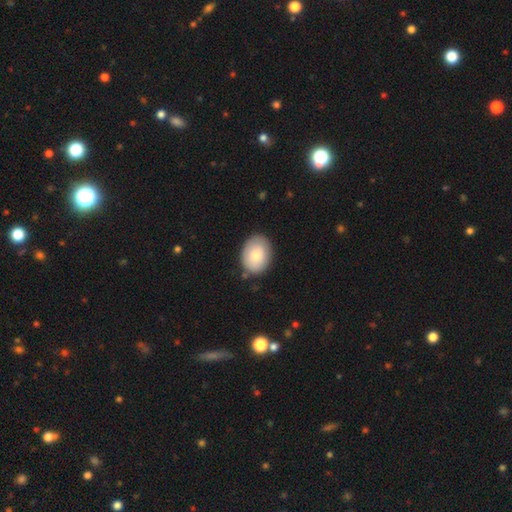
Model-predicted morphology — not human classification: type=smooth (77%); roundness=in between (67%); merging=none (80%).